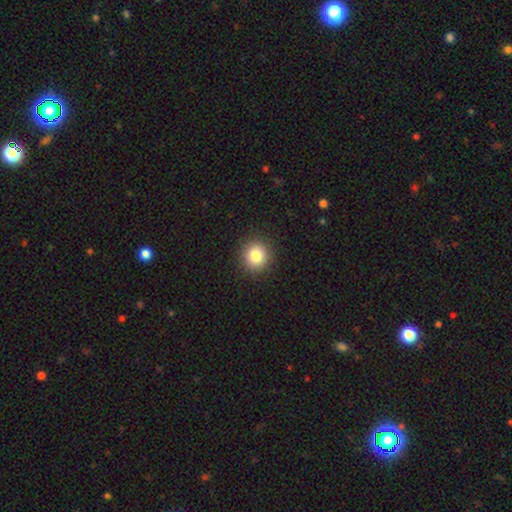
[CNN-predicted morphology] Overall: smooth (82%). How rounded: round (88%). Merging: none (91%).